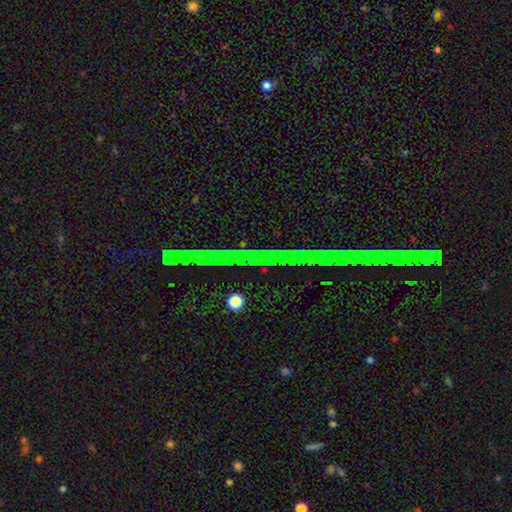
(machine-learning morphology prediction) Smooth or featured: star or artifact — 81% (featured or disk — 11%)